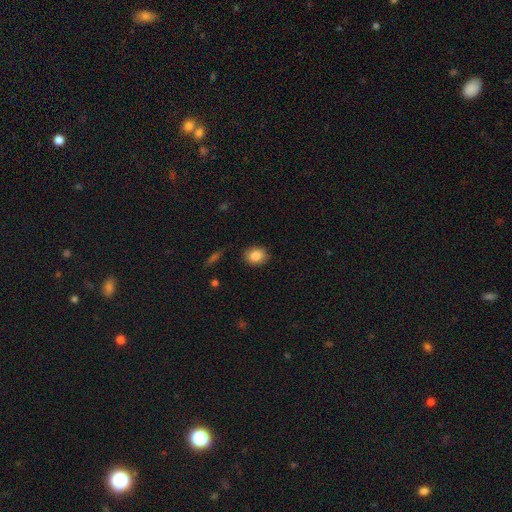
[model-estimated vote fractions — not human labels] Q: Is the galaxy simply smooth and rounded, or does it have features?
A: smooth — 84%.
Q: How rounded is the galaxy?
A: round — 55%.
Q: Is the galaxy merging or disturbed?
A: none — 88%.